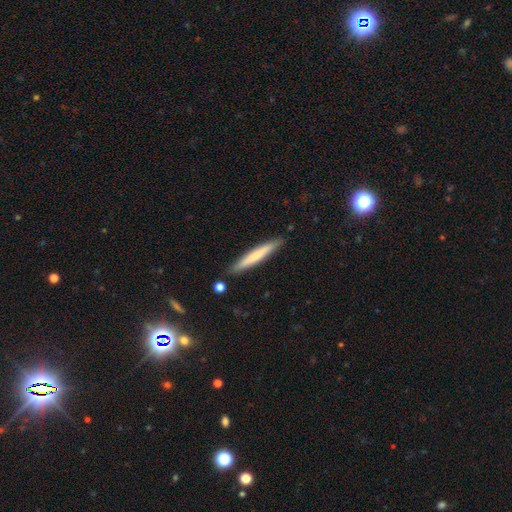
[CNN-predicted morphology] type=smooth (66%); roundness=cigar-shaped (95%); merging=none (88%).